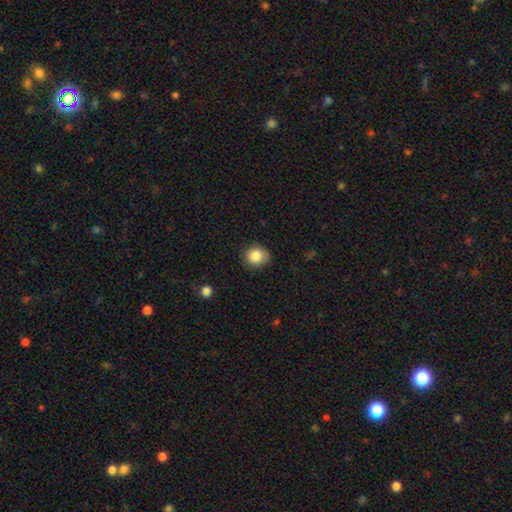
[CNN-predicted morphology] Smooth or featured: smooth — 85% (star or artifact — 9%)
How rounded: round — 78% (in between — 21%)
Merging: none — 80% (minor disturbance — 16%)